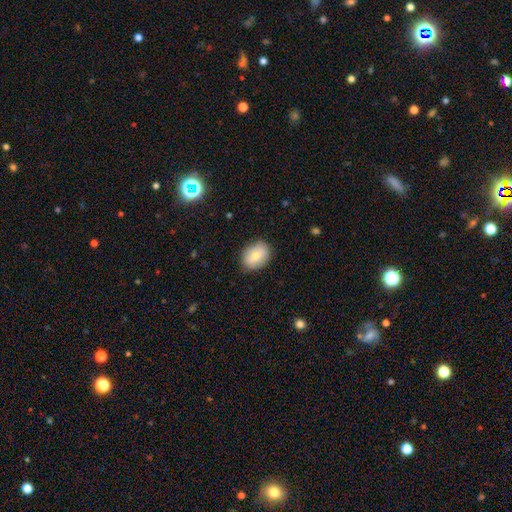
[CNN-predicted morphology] smooth_or_featured: smooth (p=0.73) [alt: featured or disk p=0.19]
how_rounded: in between (p=0.70) [alt: round p=0.29]
merging: none (p=0.84) [alt: minor disturbance p=0.12]